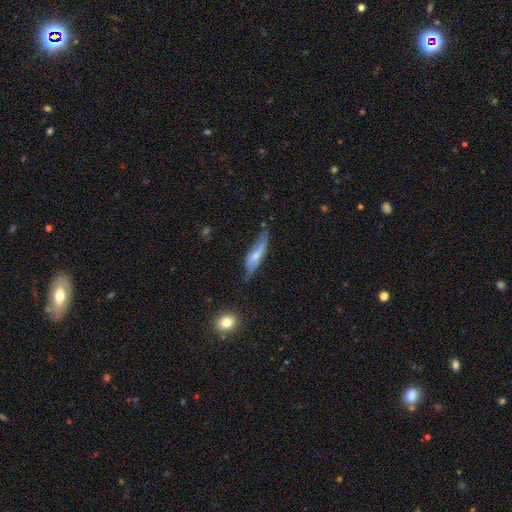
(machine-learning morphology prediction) Q: Smooth or featured?
A: featured or disk (51%); runner-up: smooth (43%)
Q: Edge-on disk?
A: yes (58%); runner-up: no (42%)
Q: Merging?
A: none (51%); runner-up: minor disturbance (34%)